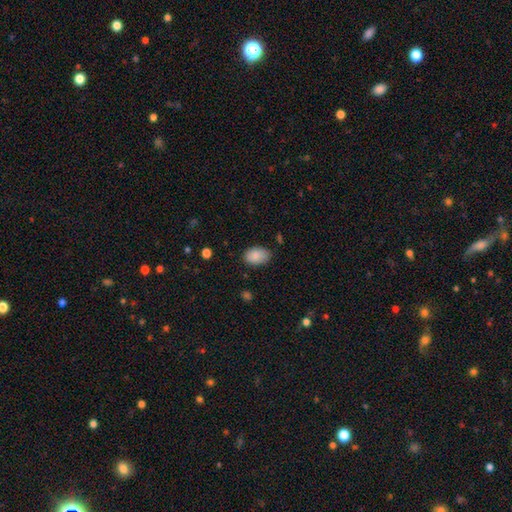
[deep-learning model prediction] smooth_or_featured: smooth (p=0.88) [alt: star or artifact p=0.07]
how_rounded: in between (p=0.89) [alt: round p=0.10]
merging: none (p=0.79) [alt: minor disturbance p=0.16]